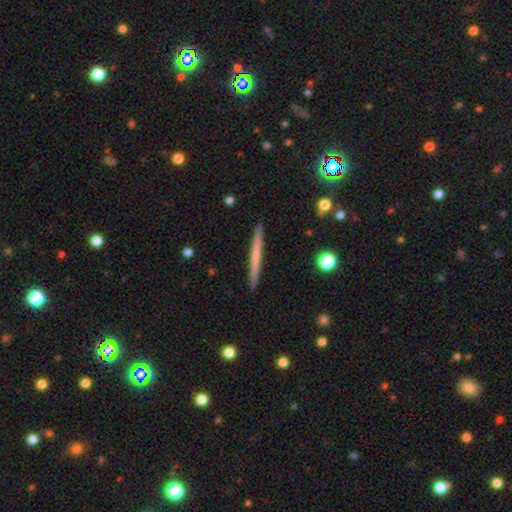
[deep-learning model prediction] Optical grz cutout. It shows a smooth galaxy with no disk features (51%) that is cigar-shaped (97%). Merging: none (93%).